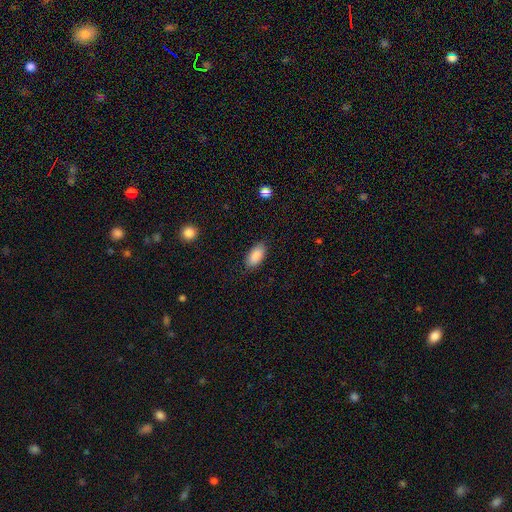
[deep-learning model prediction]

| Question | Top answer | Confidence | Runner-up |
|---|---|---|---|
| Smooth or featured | smooth | 89% | star or artifact (6%) |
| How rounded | in between | 93% | cigar-shaped (4%) |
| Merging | none | 85% | minor disturbance (12%) |